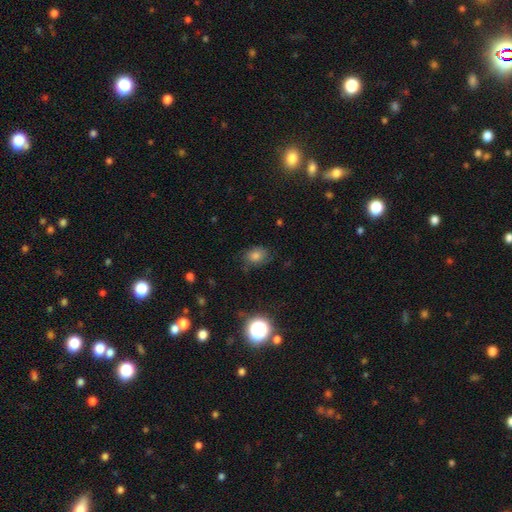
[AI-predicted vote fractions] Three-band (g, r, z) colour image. It shows a smooth galaxy with no disk features (73%) that is in between round and cigar-shaped (63%). Merging: none (74%).